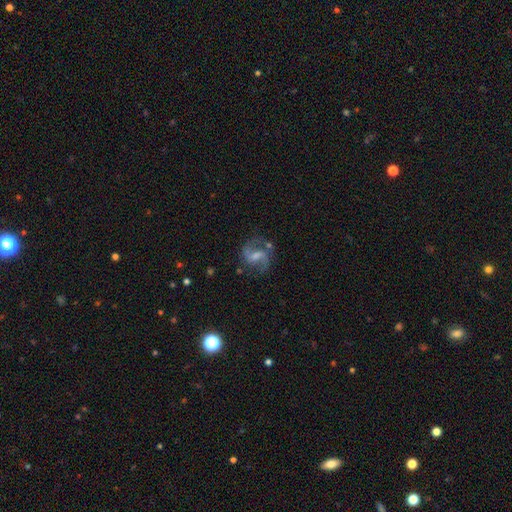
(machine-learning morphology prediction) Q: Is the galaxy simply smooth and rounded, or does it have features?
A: featured or disk — 81%.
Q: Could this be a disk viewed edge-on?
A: no — 98%.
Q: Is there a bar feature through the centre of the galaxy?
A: weak — 54%.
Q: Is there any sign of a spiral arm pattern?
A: yes — 94%.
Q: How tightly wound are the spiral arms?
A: medium — 53%.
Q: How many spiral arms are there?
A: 2 — 90%.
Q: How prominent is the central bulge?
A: moderate — 38%.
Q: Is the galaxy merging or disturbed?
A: none — 68%.